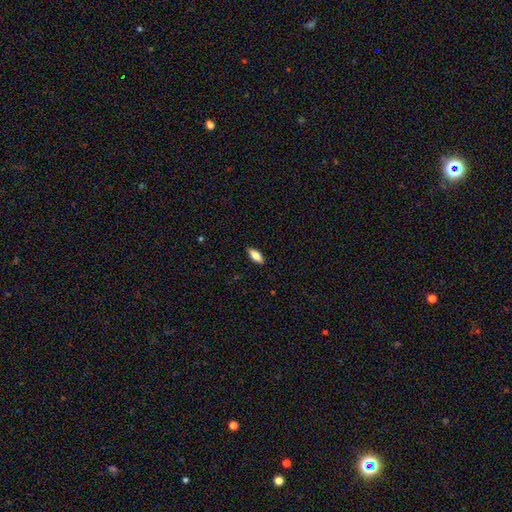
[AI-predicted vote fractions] This is likely a smooth galaxy (71%). How rounded: likely in between (75%). Merging: clearly none (89%).